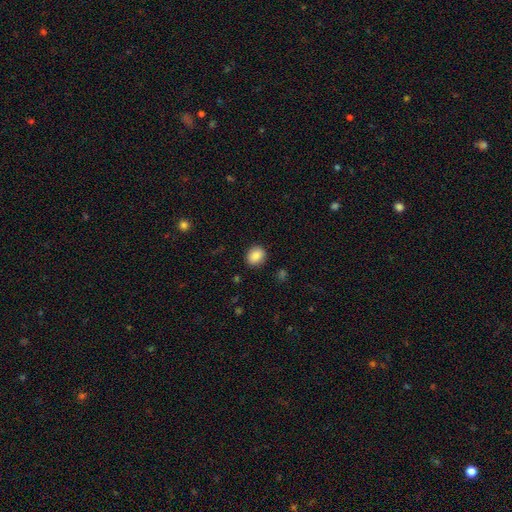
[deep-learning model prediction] Overall: smooth (86%). How rounded: round (66%; in between 34%). Merging: none (89%).